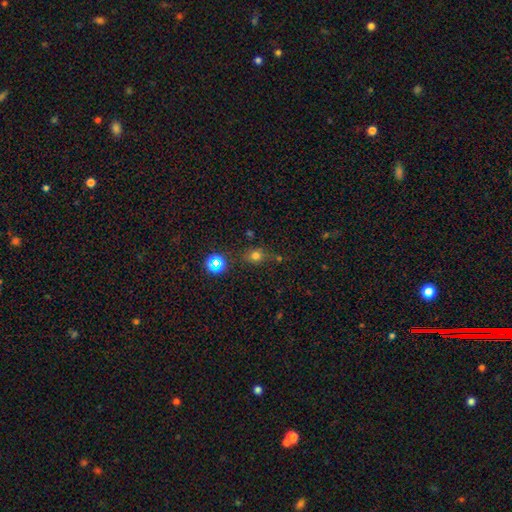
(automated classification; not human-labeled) smooth 69%, star or artifact 22%, featured or disk 9%. Down the decision tree: how rounded — round (65%); merging — none (68%).